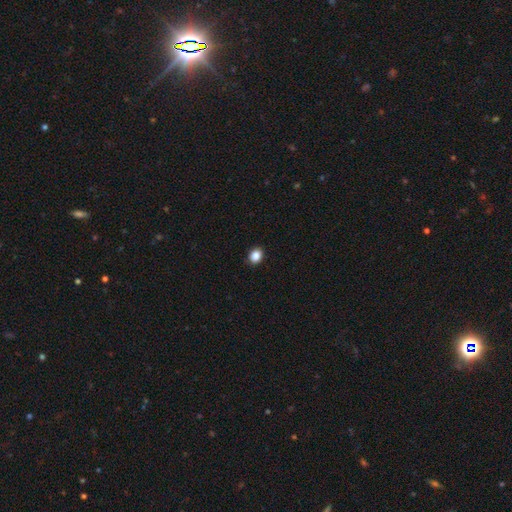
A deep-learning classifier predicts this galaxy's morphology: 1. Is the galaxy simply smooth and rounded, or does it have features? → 86% smooth, 10% star or artifact, 4% featured or disk.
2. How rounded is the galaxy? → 54% round, 45% in between, 1% cigar-shaped.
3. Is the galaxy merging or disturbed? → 91% none, 6% minor disturbance, 2% major disturbance, 1% merger.